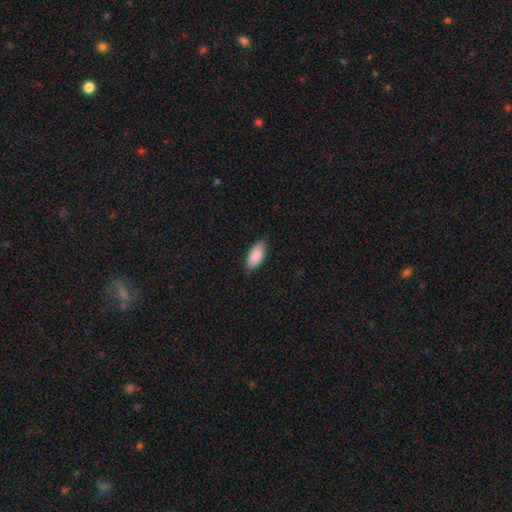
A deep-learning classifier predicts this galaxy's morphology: This is clearly a smooth galaxy (89%). How rounded: clearly in between (90%). Merging: clearly none (84%).